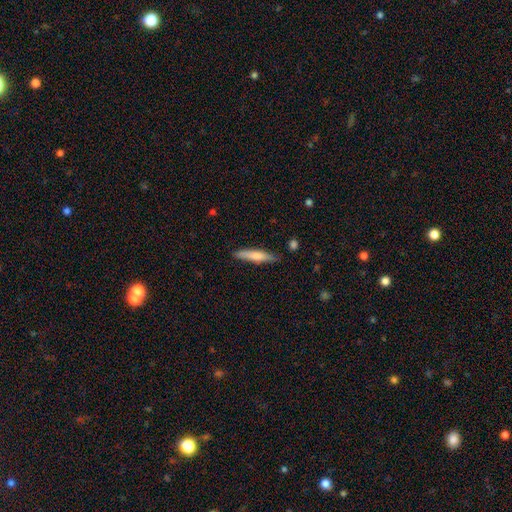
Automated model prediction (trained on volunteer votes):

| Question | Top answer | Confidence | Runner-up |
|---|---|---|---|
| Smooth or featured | smooth | 71% | featured or disk (24%) |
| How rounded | cigar-shaped | 88% | in between (10%) |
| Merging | none | 83% | minor disturbance (13%) |